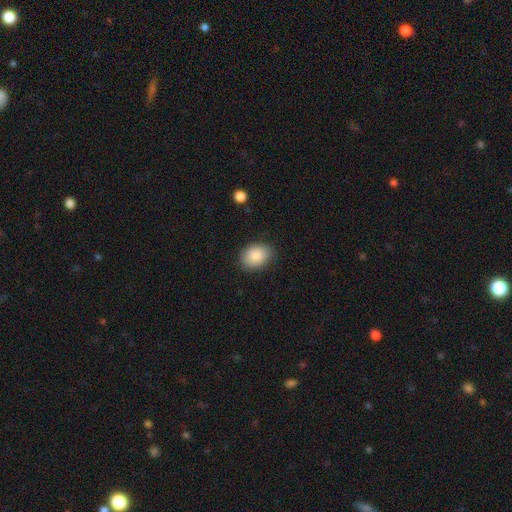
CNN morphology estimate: smooth-or-featured: smooth: 87% | star or artifact: 7% | featured or disk: 6%
  how-rounded: in between: 67% | round: 32% | cigar-shaped: 1%
  merging: none: 84% | minor disturbance: 12% | major disturbance: 3% | merger: 1%